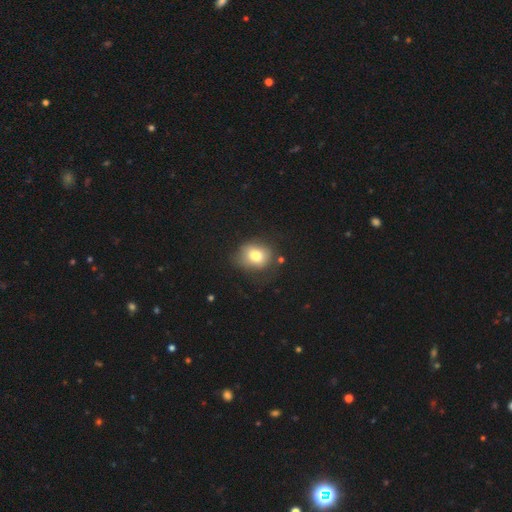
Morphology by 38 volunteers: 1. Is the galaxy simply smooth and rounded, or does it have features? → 63% smooth, 29% featured or disk, 8% star or artifact.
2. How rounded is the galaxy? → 58% round, 42% in between, 0% cigar-shaped.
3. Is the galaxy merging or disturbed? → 49% none, 29% minor disturbance, 20% major disturbance, 3% merger.